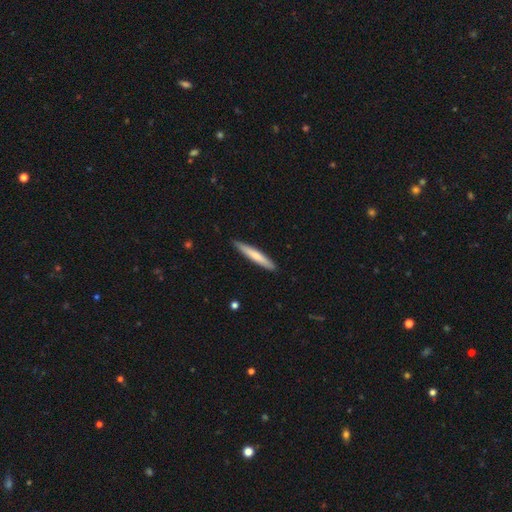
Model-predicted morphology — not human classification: This is likely a smooth galaxy (67%). How rounded: clearly cigar-shaped (95%). Merging: clearly none (90%).